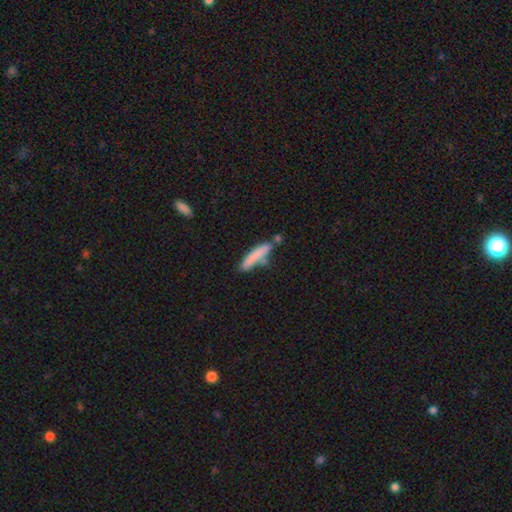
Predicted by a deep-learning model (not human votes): Smooth or featured: smooth — 76% (featured or disk — 17%)
How rounded: cigar-shaped — 88% (in between — 10%)
Merging: none — 60% (minor disturbance — 19%)